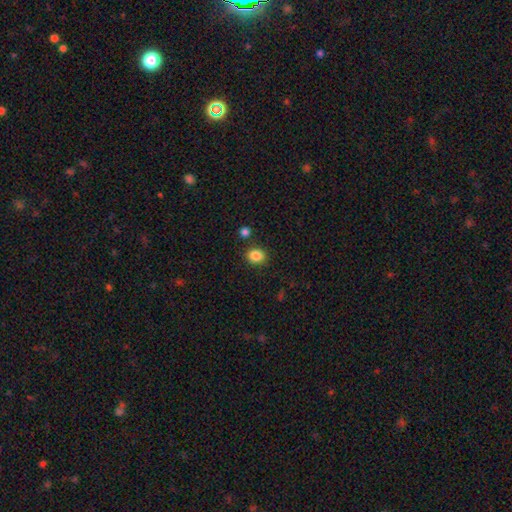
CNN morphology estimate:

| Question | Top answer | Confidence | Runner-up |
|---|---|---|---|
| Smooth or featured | smooth | 86% | star or artifact (10%) |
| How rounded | round | 64% | in between (36%) |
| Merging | none | 86% | minor disturbance (8%) |